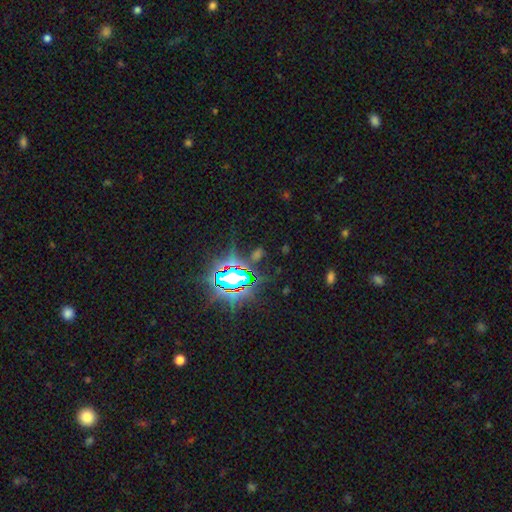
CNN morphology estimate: Smooth or featured? star or artifact (77%)